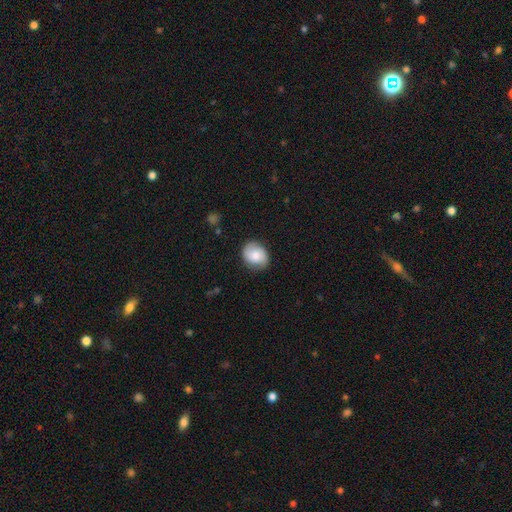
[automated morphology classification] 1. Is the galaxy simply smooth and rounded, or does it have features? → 63% smooth, 30% featured or disk, 7% star or artifact.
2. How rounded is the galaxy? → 50% round, 49% in between, 1% cigar-shaped.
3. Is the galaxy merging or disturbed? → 81% none, 14% minor disturbance, 4% major disturbance, 1% merger.